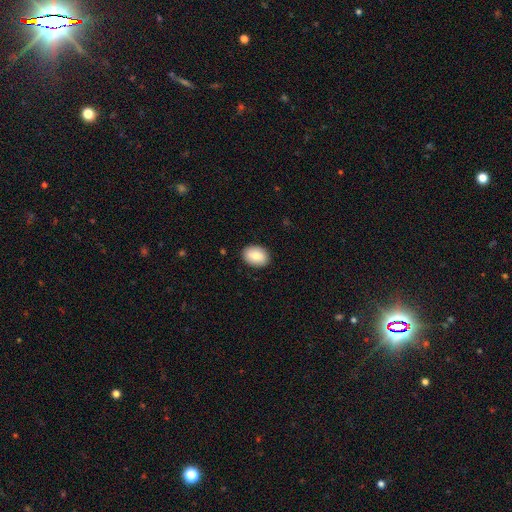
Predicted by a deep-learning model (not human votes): This is clearly a smooth galaxy (82%). How rounded: likely in between (70%). Merging: clearly none (90%).